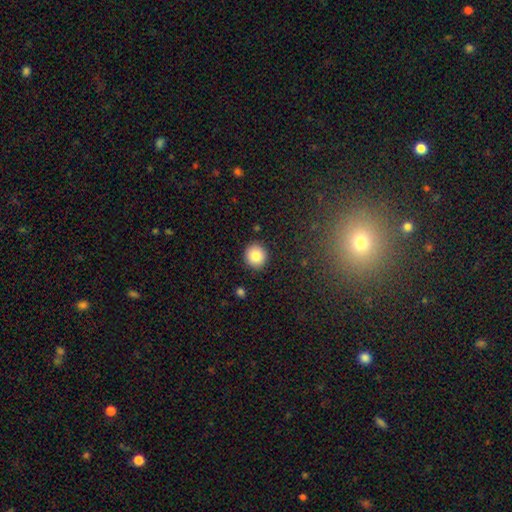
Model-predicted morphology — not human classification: Smooth or featured: smooth — 84% (star or artifact — 9%)
How rounded: round — 90% (in between — 9%)
Merging: none — 92% (minor disturbance — 6%)